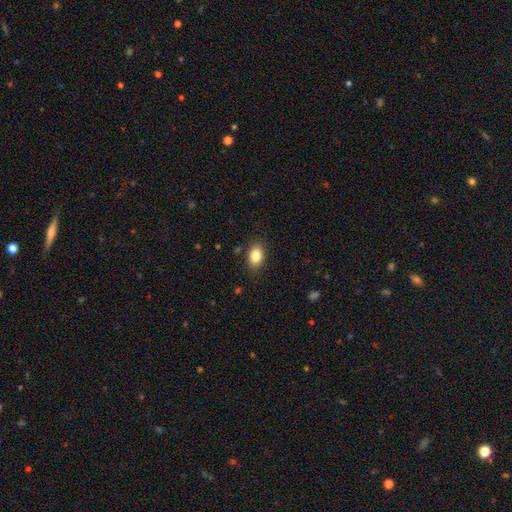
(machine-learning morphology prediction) Smooth or featured? Predicted: smooth (p=0.84). How rounded? Predicted: in between (p=0.83). Merging? Predicted: none (p=0.86).